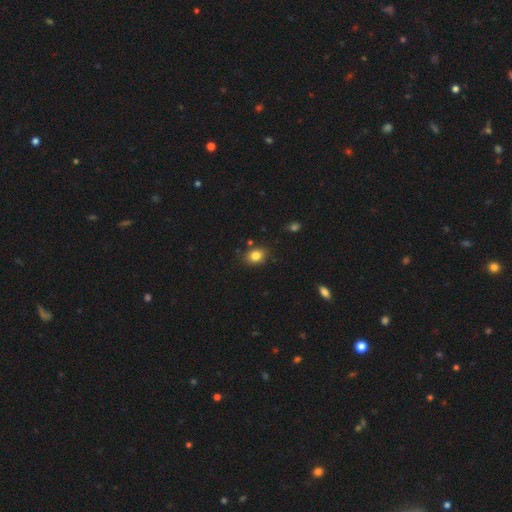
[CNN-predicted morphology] smooth-or-featured: smooth: 83% | star or artifact: 11% | featured or disk: 7%
  how-rounded: in between: 54% | round: 45% | cigar-shaped: 1%
  merging: none: 80% | minor disturbance: 14% | merger: 3% | major disturbance: 3%